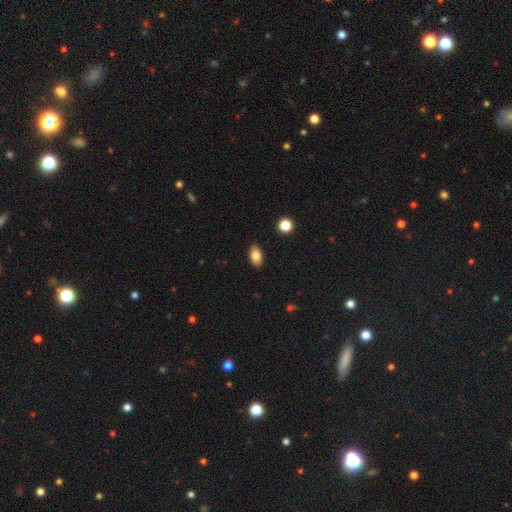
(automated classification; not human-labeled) smooth_or_featured: smooth (p=0.82) [alt: featured or disk p=0.10]
how_rounded: in between (p=0.91) [alt: round p=0.06]
merging: none (p=0.88) [alt: minor disturbance p=0.09]